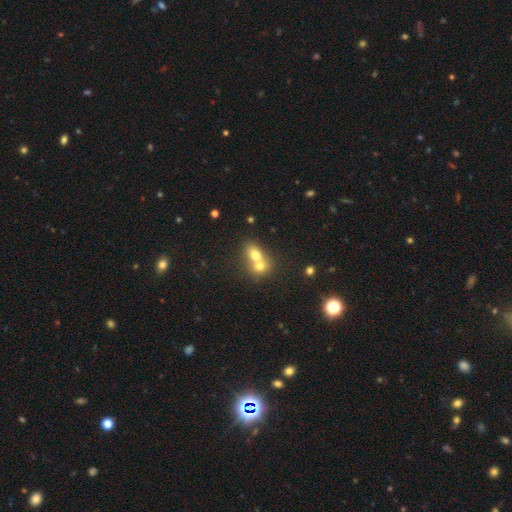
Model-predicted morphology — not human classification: Overall: smooth (69%). How rounded: in between (52%; round 47%). Merging: merger (71%).